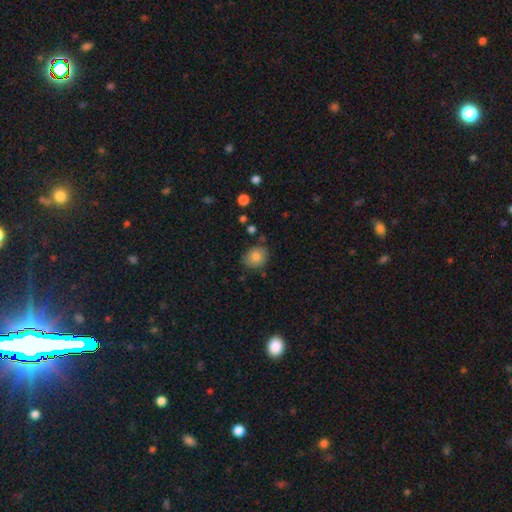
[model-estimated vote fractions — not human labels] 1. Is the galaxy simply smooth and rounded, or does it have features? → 82% smooth, 9% star or artifact, 8% featured or disk.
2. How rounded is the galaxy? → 56% round, 43% in between, 1% cigar-shaped.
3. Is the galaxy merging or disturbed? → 75% none, 18% minor disturbance, 4% major disturbance, 4% merger.